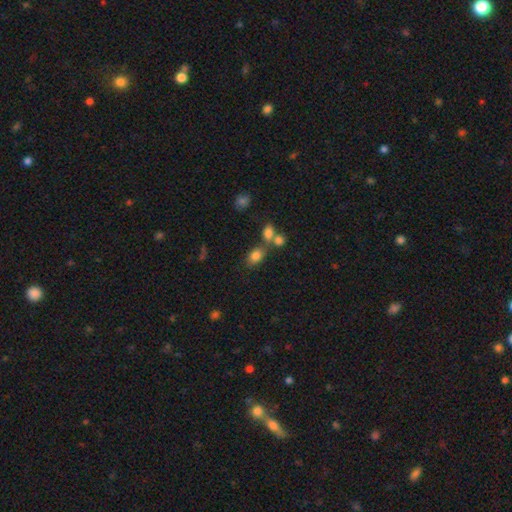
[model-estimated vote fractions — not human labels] A smooth galaxy with no disk features (80%) that is in between round and cigar-shaped (77%). Merging: none (55%).